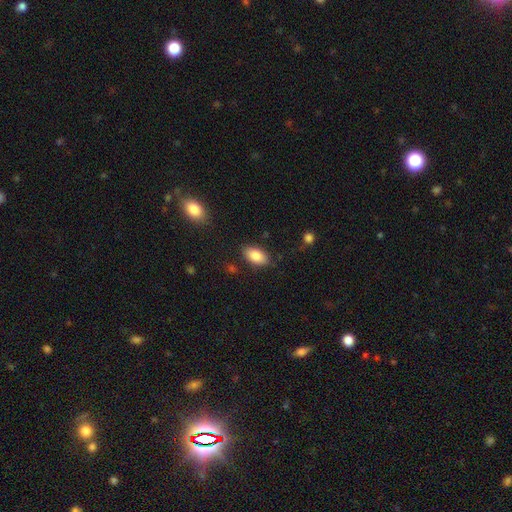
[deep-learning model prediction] This appears to be a smooth galaxy with no disk features (84%) that is in between round and cigar-shaped (92%). Merging: none (84%).